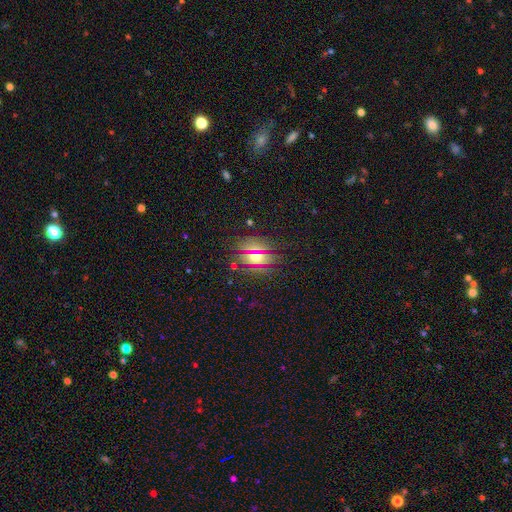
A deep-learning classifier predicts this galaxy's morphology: Smooth or featured? smooth (51%)
How rounded? in between (57%)
Merging? none (79%)